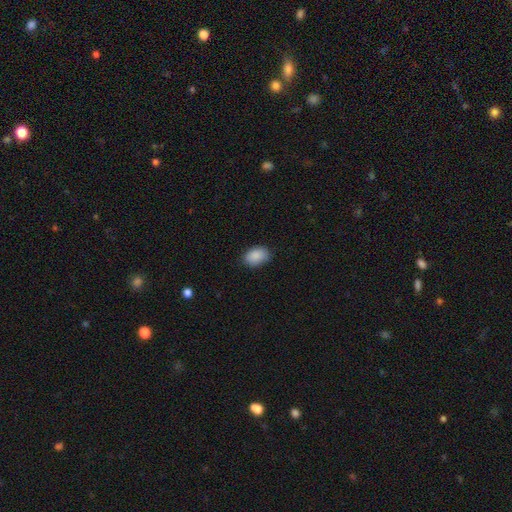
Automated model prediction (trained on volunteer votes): Smooth or featured? smooth (89%)
How rounded? in between (82%)
Merging? none (82%)